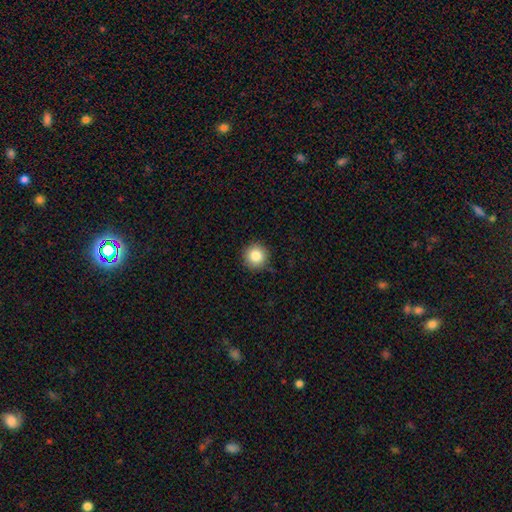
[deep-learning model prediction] smooth 84%, star or artifact 10%, featured or disk 6%. Down the decision tree: how rounded — round (95%); merging — none (88%).